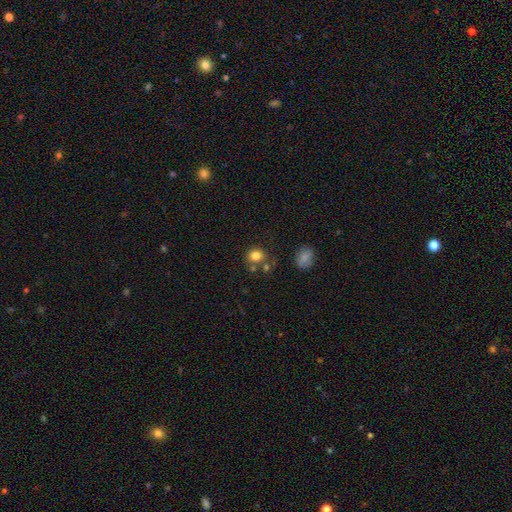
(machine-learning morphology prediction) Q: Smooth or featured?
A: smooth (82%); runner-up: star or artifact (12%)
Q: How rounded?
A: round (69%); runner-up: in between (30%)
Q: Merging?
A: none (66%); runner-up: merger (16%)